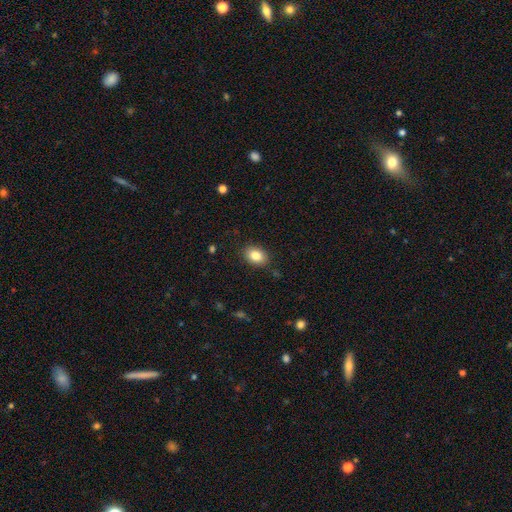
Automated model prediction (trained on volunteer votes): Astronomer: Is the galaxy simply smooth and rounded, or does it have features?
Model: smooth — 84%.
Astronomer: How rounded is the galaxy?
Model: in between — 80%.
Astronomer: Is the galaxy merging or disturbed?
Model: none — 87%.